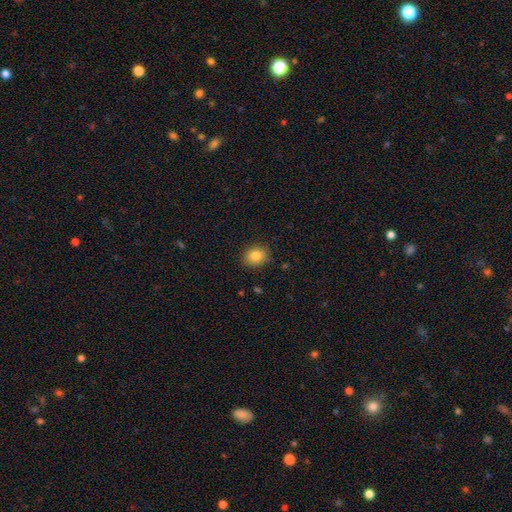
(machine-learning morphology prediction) smooth_or_featured: smooth (p=0.83) [alt: star or artifact p=0.10]
how_rounded: round (p=0.59) [alt: in between p=0.41]
merging: none (p=0.88) [alt: minor disturbance p=0.09]